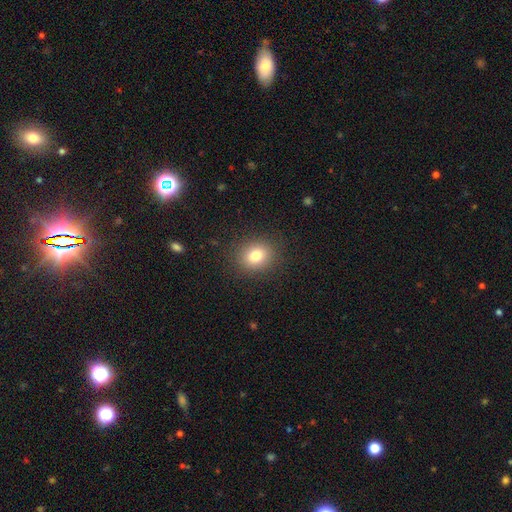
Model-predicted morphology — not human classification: type=smooth (79%); roundness=round (70%); merging=none (89%).